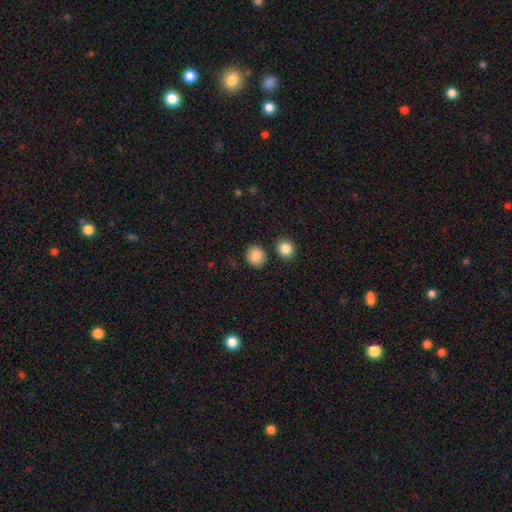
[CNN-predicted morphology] smooth_or_featured: smooth (p=0.88) [alt: star or artifact p=0.09]
how_rounded: round (p=0.77) [alt: in between p=0.22]
merging: none (p=0.84) [alt: minor disturbance p=0.08]